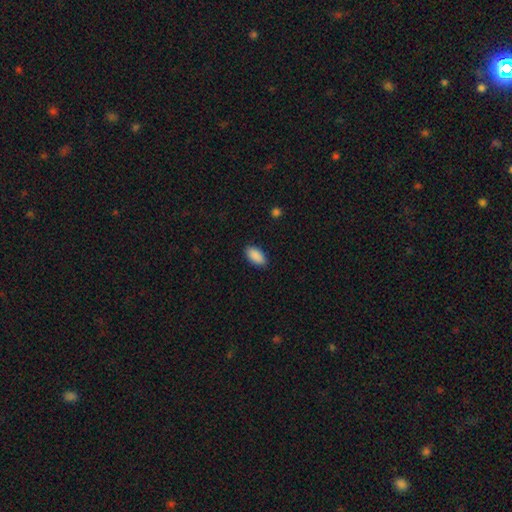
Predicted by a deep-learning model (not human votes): Morphology: type=smooth (90%); roundness=in between (92%); merging=none (88%).